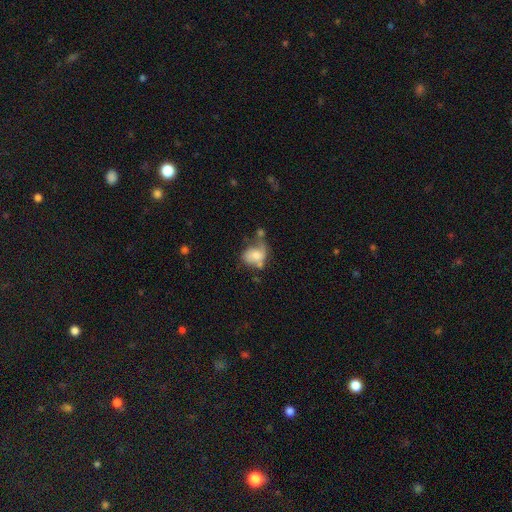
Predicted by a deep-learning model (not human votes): This appears to be a smooth galaxy with no disk features (49%). Merging: none (29%).